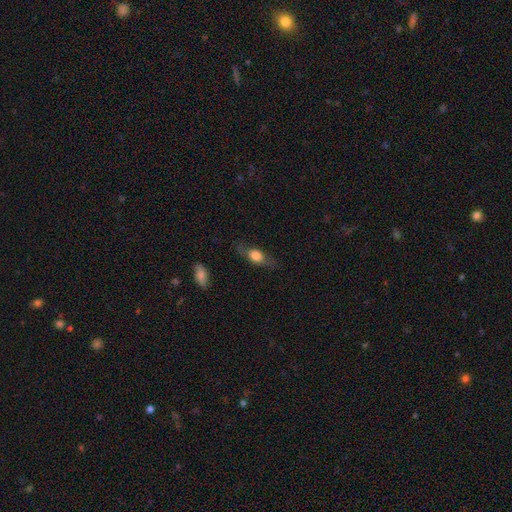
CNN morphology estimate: Overall: smooth (60%; featured or disk 32%). How rounded: in between (65%). Merging: none (72%).